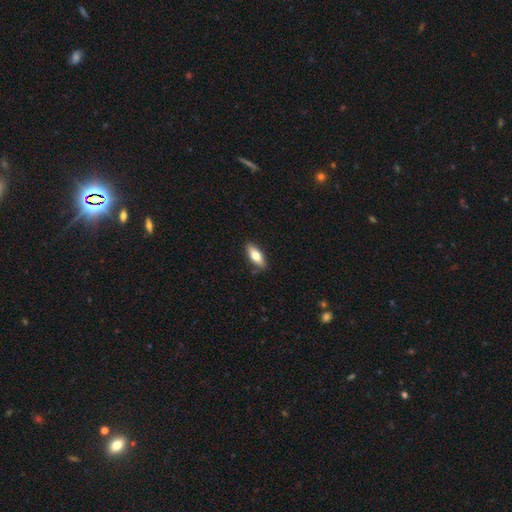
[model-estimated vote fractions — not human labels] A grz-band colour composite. It shows a smooth galaxy with no disk features (67%) that is in between round and cigar-shaped (70%). Merging: none (87%).